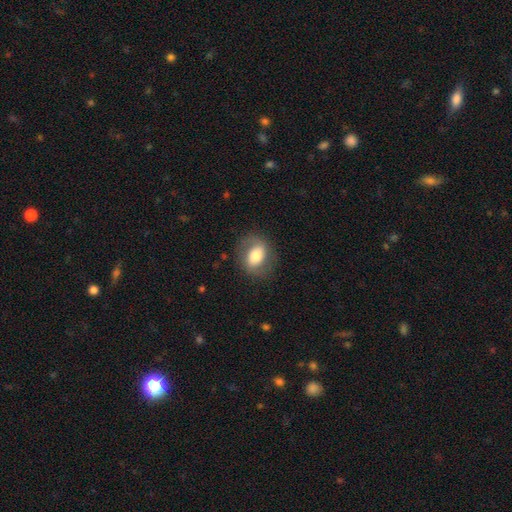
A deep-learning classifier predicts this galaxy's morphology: This appears to be a smooth galaxy with no disk features (59%) that is in between round and cigar-shaped (65%). Merging: none (78%).